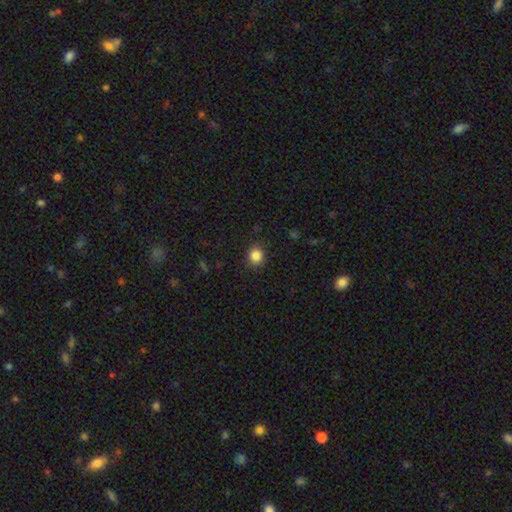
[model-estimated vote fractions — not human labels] Smooth or featured?
  - smooth: 85% *
  - star or artifact: 11%
  - featured or disk: 4%
How rounded?
  - round: 80% *
  - in between: 19%
  - cigar-shaped: 1%
Merging?
  - none: 88% *
  - minor disturbance: 8%
  - major disturbance: 2%
  - merger: 1%